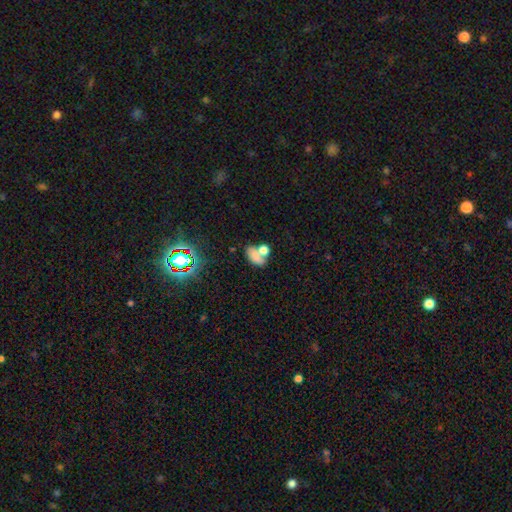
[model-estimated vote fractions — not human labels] smooth_or_featured: smooth (p=0.65) [alt: star or artifact p=0.19]
how_rounded: in between (p=0.79) [alt: round p=0.18]
merging: merger (p=0.39) [alt: none p=0.37]